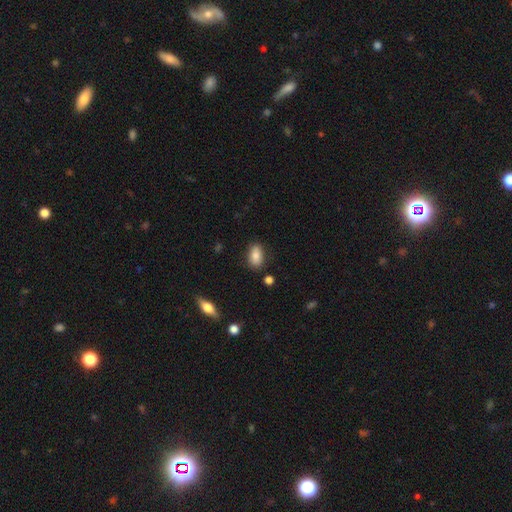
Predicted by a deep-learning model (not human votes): Smooth or featured? smooth (81%)
How rounded? in between (89%)
Merging? none (80%)